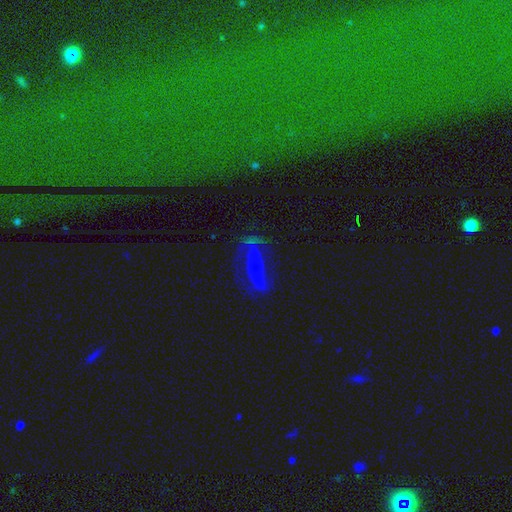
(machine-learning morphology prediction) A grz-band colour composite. It shows a featured or disk galaxy (69%) with no bar (41%), spiral arms (68%) and a small central bulge (55%). Merging: none (54%).